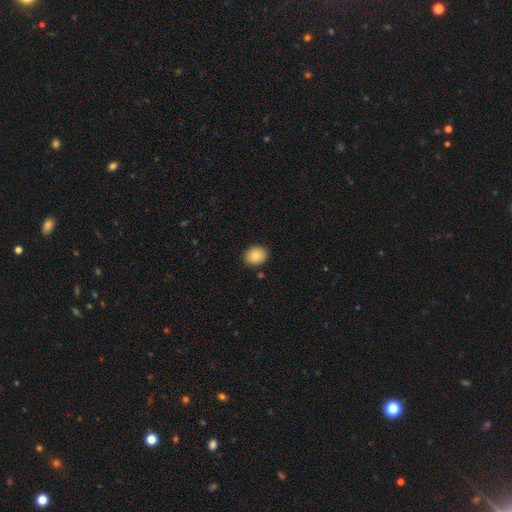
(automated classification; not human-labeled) smooth 85%, star or artifact 8%, featured or disk 7%. Down the decision tree: how rounded — round (55%); merging — none (87%).